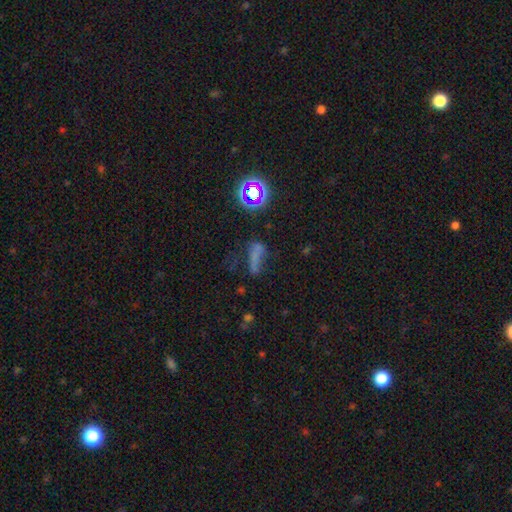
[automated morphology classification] Q: Smooth or featured?
A: smooth (47%); runner-up: star or artifact (32%)
Q: Merging?
A: none (39%); runner-up: major disturbance (28%)